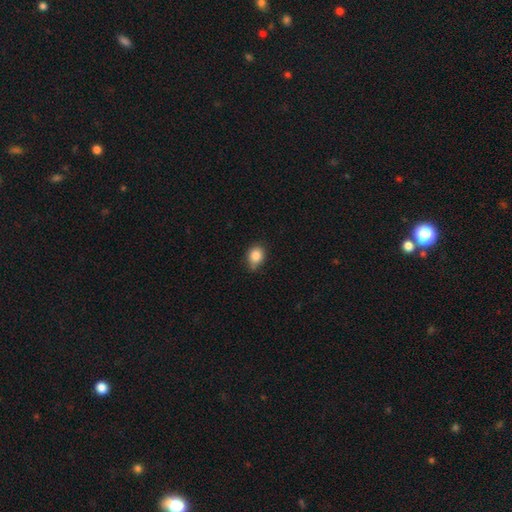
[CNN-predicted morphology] A smooth galaxy with no disk features (85%) that is round (51%). Merging: none (69%).